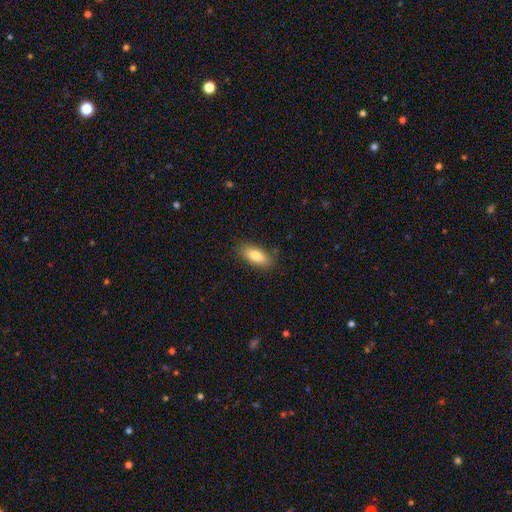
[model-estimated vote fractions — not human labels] Q: Smooth or featured?
A: smooth (79%); runner-up: featured or disk (14%)
Q: How rounded?
A: in between (80%); runner-up: cigar-shaped (17%)
Q: Merging?
A: none (86%); runner-up: minor disturbance (11%)